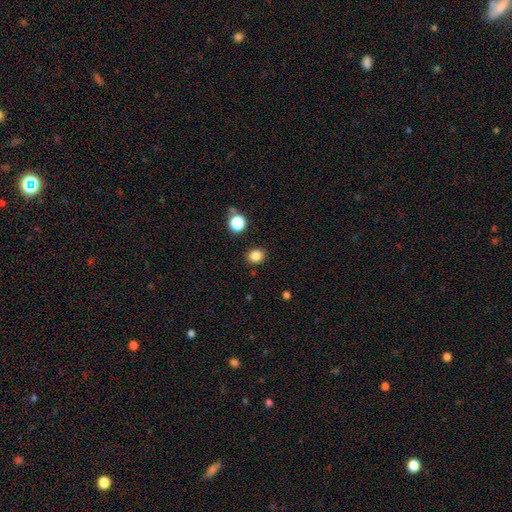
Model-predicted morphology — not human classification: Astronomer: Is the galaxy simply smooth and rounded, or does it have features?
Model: smooth — 83%.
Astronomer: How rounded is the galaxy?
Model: round — 67%.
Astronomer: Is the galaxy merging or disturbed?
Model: none — 88%.